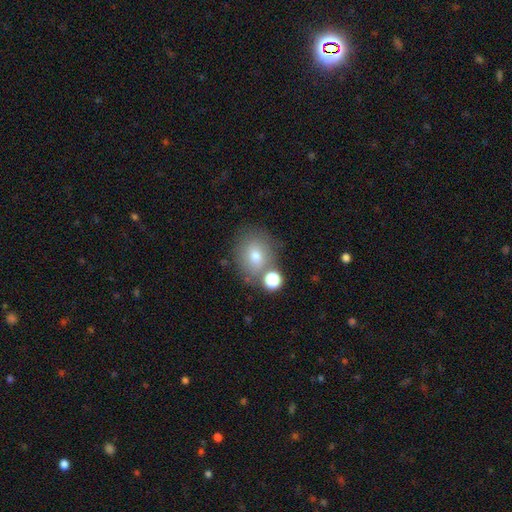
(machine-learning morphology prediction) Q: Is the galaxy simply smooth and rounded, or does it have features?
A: smooth — 71%.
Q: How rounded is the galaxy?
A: round — 63%.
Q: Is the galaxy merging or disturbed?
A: none — 66%.